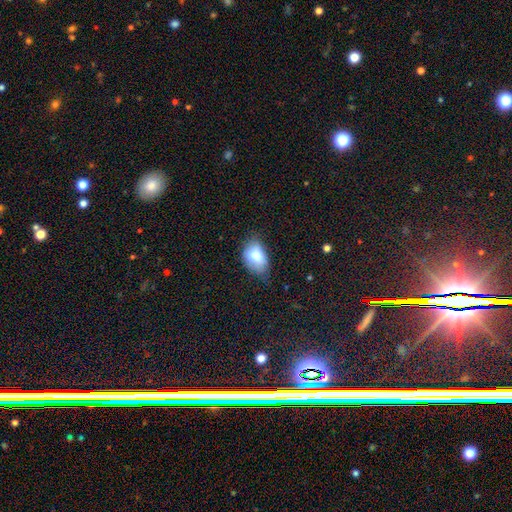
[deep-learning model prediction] Smooth or featured: smooth — 78% (featured or disk — 14%)
How rounded: in between — 84% (round — 14%)
Merging: none — 51% (minor disturbance — 37%)